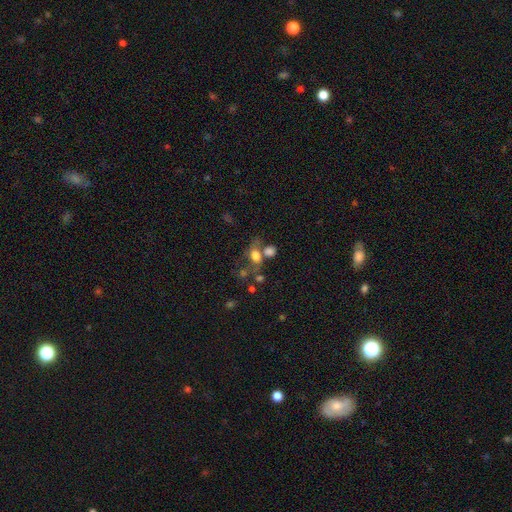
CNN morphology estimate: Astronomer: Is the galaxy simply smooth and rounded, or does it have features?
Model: smooth — 64%.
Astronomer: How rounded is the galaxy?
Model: in between — 65%.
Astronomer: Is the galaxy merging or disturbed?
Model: none — 37% (runner-up: merger, 34%).